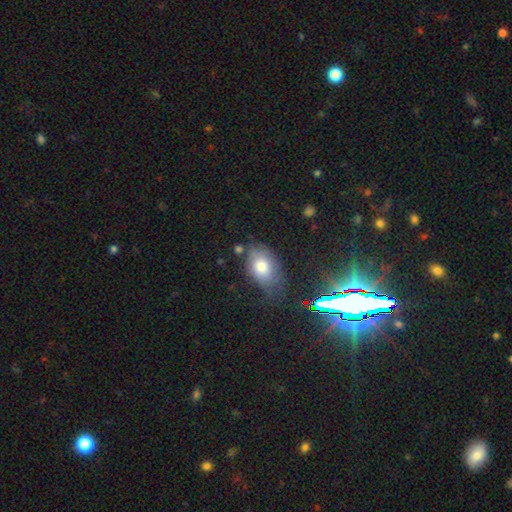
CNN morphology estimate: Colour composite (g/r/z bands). It shows a smooth galaxy with no disk features (58%) that is in between round and cigar-shaped (82%). Merging: none (70%).